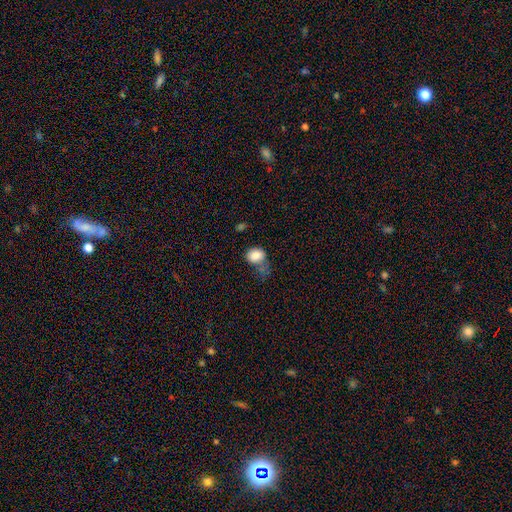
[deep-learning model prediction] This is clearly a smooth galaxy (83%). How rounded: possibly in between (56%). Merging: marginally major disturbance (31%).